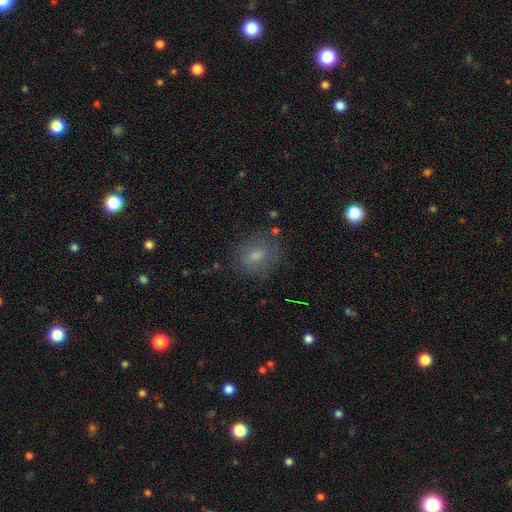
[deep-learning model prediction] Smooth or featured?
  - smooth: 70% *
  - featured or disk: 18%
  - star or artifact: 12%
How rounded?
  - round: 53% *
  - in between: 45%
  - cigar-shaped: 2%
Merging?
  - none: 72% *
  - minor disturbance: 18%
  - major disturbance: 8%
  - merger: 2%